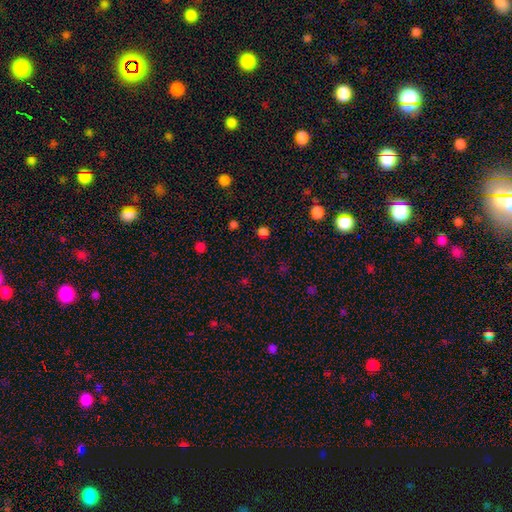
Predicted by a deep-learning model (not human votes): A smooth galaxy with no disk features (56%) that is round (86%).

Vote fractions:
- Smooth or featured? smooth: 56% / star or artifact: 38% / featured or disk: 5%
- How rounded? round: 86% / in between: 12% / cigar-shaped: 1%
- Merging? none: 85% / minor disturbance: 8% / major disturbance: 4% / merger: 3%